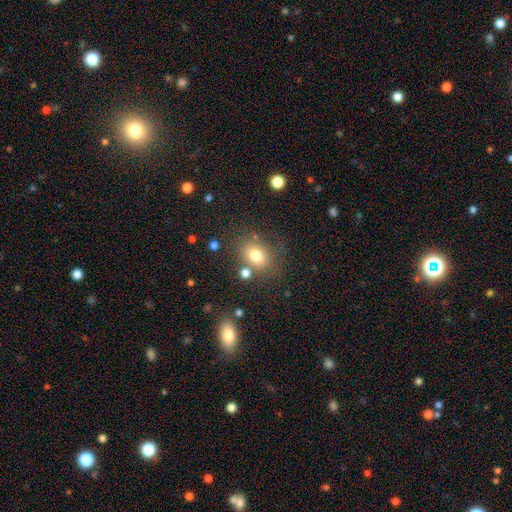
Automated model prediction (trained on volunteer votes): Q: Smooth or featured?
A: smooth (76%); runner-up: star or artifact (13%)
Q: How rounded?
A: in between (53%); runner-up: round (46%)
Q: Merging?
A: none (68%); runner-up: minor disturbance (15%)